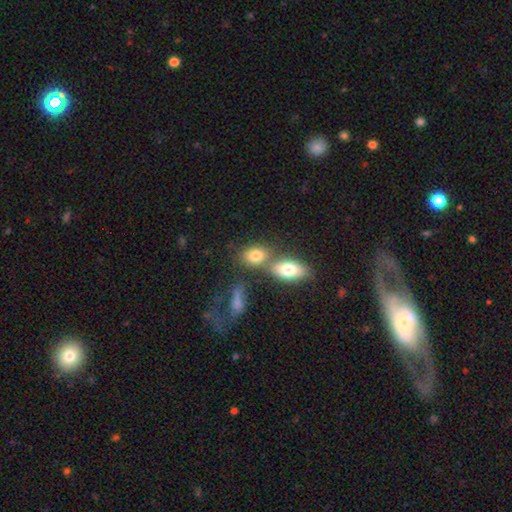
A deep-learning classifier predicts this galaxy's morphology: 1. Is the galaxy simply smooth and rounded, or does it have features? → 78% smooth, 12% featured or disk, 10% star or artifact.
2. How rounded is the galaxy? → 72% in between, 25% round, 3% cigar-shaped.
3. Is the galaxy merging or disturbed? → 45% none, 39% merger, 11% minor disturbance, 5% major disturbance.